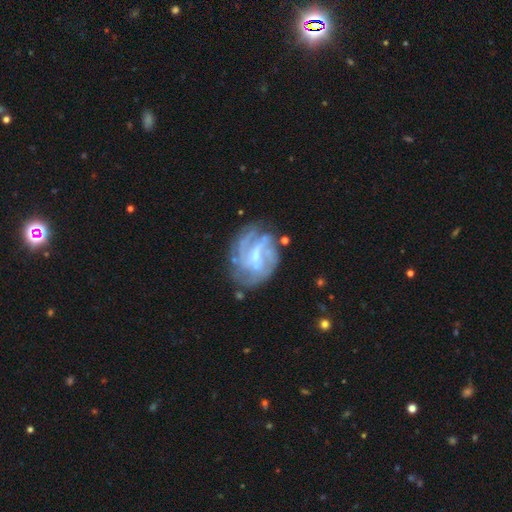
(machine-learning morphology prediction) A featured or disk galaxy (83%) with a weak bar (52%), tight (42%) spiral arms (89%) and a small central bulge (63%).

Vote fractions:
- Smooth or featured? featured or disk: 83% / smooth: 10% / star or artifact: 7%
- Edge-on disk? no: 97% / yes: 3%
- Bar? weak: 52% / no: 25% / strong: 24%
- Spiral arms? yes: 89% / no: 11%
- Spiral winding? tight: 42% / medium: 40% / loose: 17%
- Spiral arm count? can't tell: 33% / 3: 23% / 2: 19% / 4: 14% / 1: 5% / more than 4: 5%
- Bulge size? small: 63% / moderate: 21% / none: 13% / large: 2% / dominant: 1%
- Merging? none: 63% / minor disturbance: 20% / major disturbance: 13% / merger: 3%